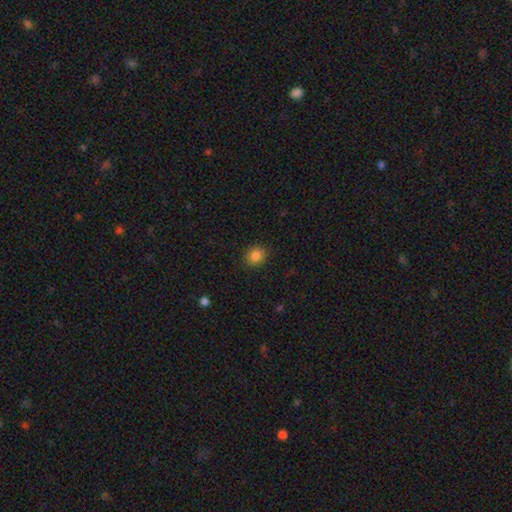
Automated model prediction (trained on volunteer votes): Smooth or featured?
  - smooth: 84% *
  - star or artifact: 11%
  - featured or disk: 5%
How rounded?
  - round: 67% *
  - in between: 32%
  - cigar-shaped: 1%
Merging?
  - none: 88% *
  - minor disturbance: 8%
  - major disturbance: 2%
  - merger: 1%